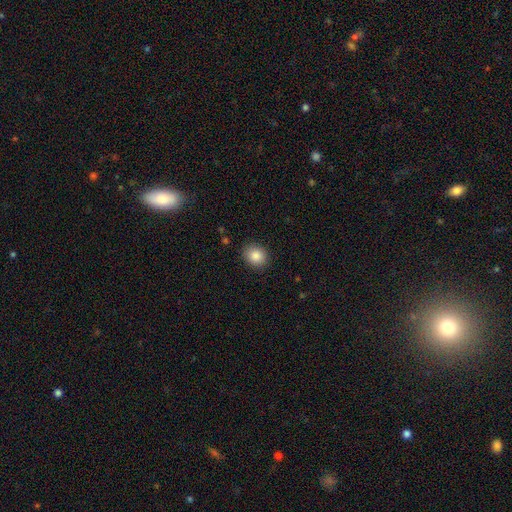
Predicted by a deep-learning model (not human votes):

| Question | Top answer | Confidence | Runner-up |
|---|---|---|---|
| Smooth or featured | smooth | 87% | star or artifact (9%) |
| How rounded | round | 64% | in between (35%) |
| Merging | none | 88% | minor disturbance (9%) |